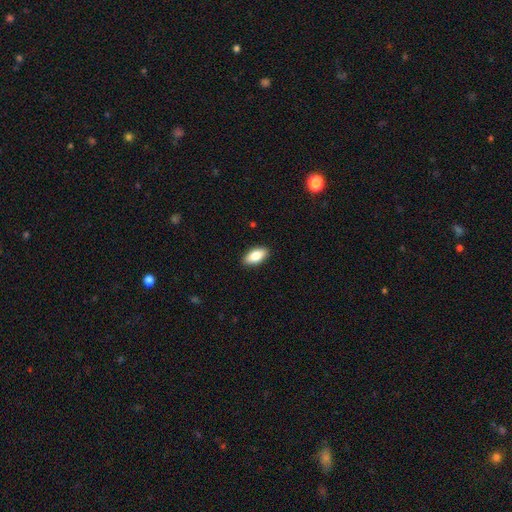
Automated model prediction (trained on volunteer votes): smooth_or_featured: smooth (p=0.84) [alt: featured or disk p=0.10]
how_rounded: in between (p=0.91) [alt: cigar-shaped p=0.06]
merging: none (p=0.90) [alt: minor disturbance p=0.07]